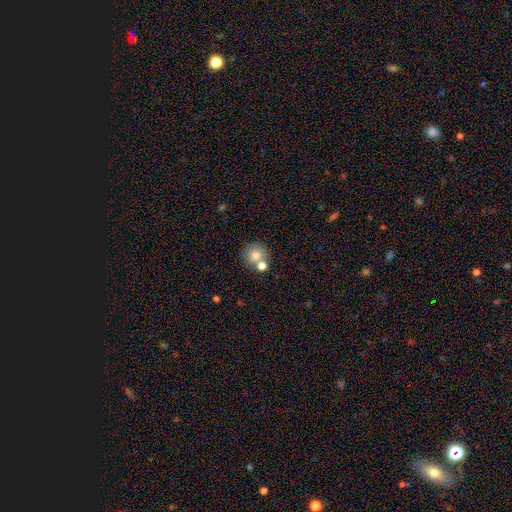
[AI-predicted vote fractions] Smooth or featured? Predicted: smooth (p=0.77). How rounded? Predicted: round (p=0.88). Merging? Predicted: none (p=0.55).